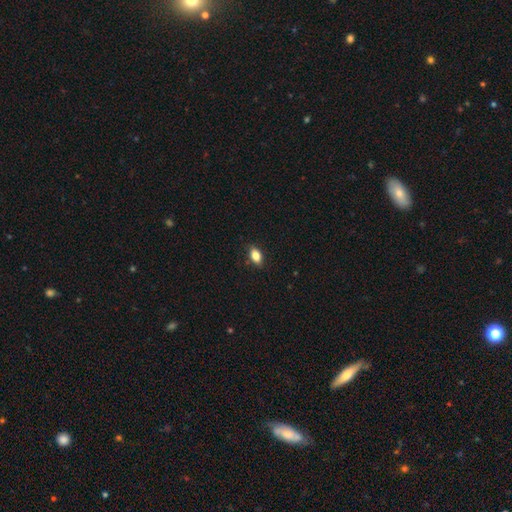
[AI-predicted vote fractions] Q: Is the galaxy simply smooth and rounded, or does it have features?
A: smooth — 81%.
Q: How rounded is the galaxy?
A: in between — 85%.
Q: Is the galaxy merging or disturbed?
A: none — 86%.